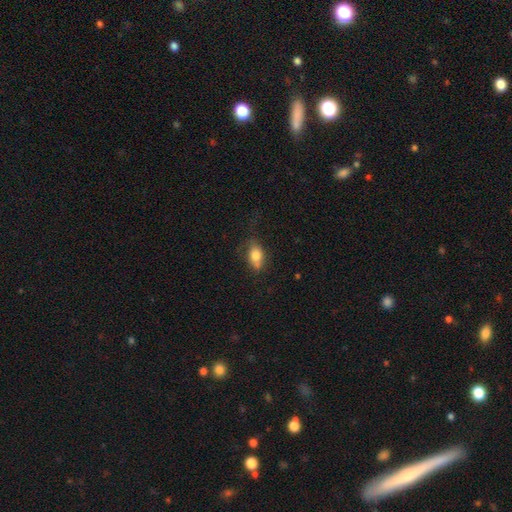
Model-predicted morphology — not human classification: A smooth galaxy with no disk features (77%) that is in between round and cigar-shaped (76%).

Vote fractions:
- Smooth or featured? smooth: 77% / featured or disk: 14% / star or artifact: 9%
- How rounded? in between: 76% / round: 21% / cigar-shaped: 3%
- Merging? none: 46% / minor disturbance: 28% / major disturbance: 14% / merger: 12%